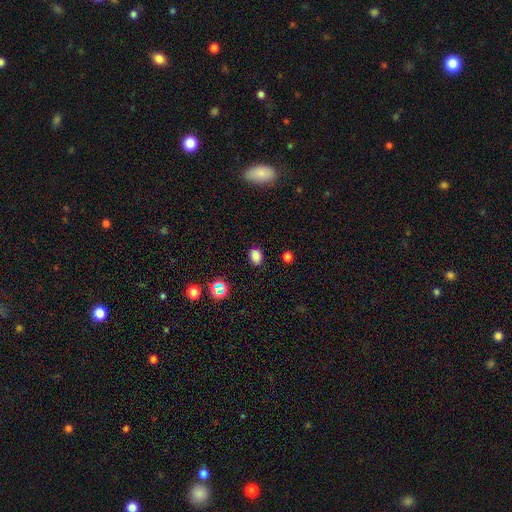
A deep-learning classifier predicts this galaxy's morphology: A smooth galaxy with no disk features (79%) that is in between round and cigar-shaped (61%).

Vote fractions:
- Smooth or featured? smooth: 79% / star or artifact: 16% / featured or disk: 5%
- How rounded? in between: 61% / round: 38% / cigar-shaped: 1%
- Merging? none: 83% / minor disturbance: 12% / major disturbance: 3% / merger: 2%